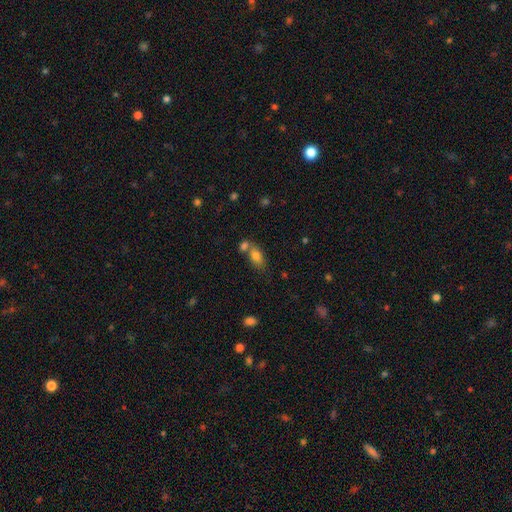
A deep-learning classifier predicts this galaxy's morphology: smooth_or_featured: smooth (p=0.78) [alt: featured or disk p=0.12]
how_rounded: in between (p=0.86) [alt: round p=0.08]
merging: none (p=0.45) [alt: merger p=0.39]